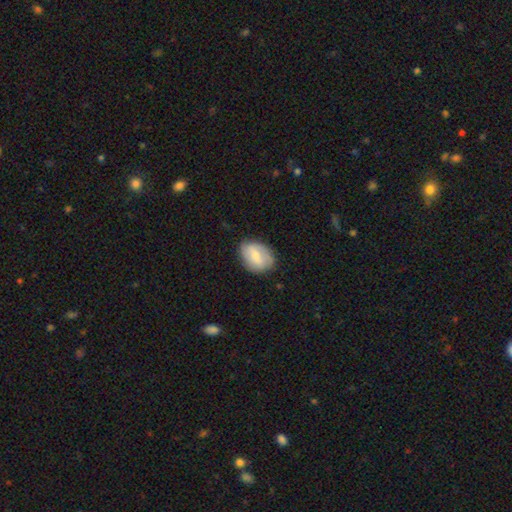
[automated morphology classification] A smooth galaxy with no disk features (62%) that is in between round and cigar-shaped (76%). Merging: none (75%).